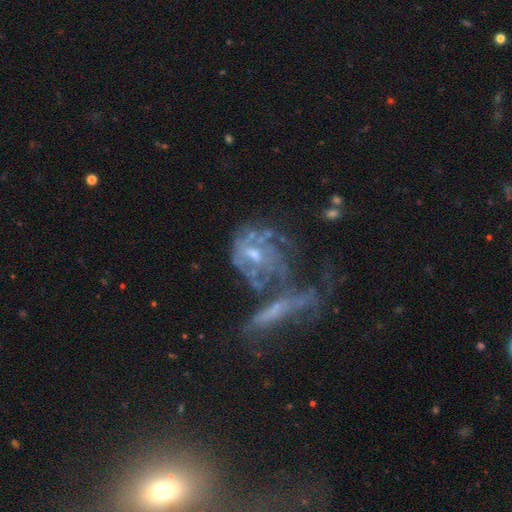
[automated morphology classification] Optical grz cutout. It shows a featured or disk galaxy (68%) with no bar (64%), spiral arms (69%) and a small central bulge (56%). Merging: merger (35%).